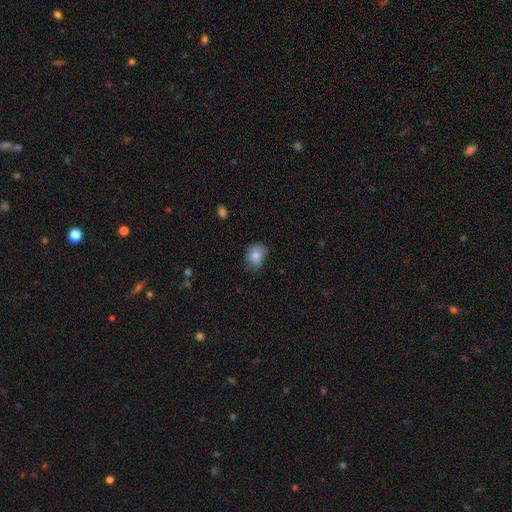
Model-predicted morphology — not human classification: Smooth or featured? smooth (81%)
How rounded? in between (50%)
Merging? none (60%)